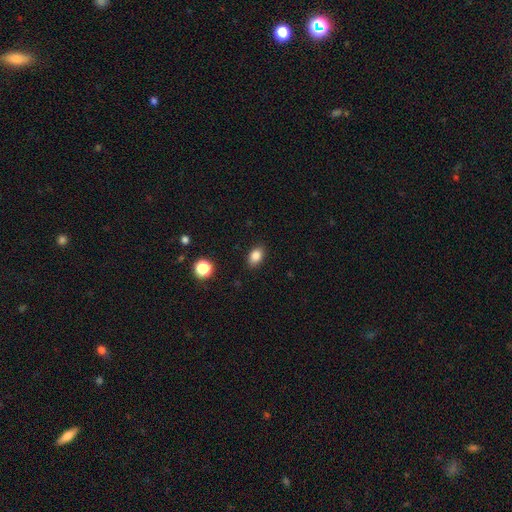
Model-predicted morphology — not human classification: A smooth galaxy with no disk features (85%) that is in between round and cigar-shaped (80%).

Vote fractions:
- Smooth or featured? smooth: 85% / star or artifact: 10% / featured or disk: 5%
- How rounded? in between: 80% / round: 19% / cigar-shaped: 1%
- Merging? none: 86% / minor disturbance: 10% / major disturbance: 3% / merger: 1%